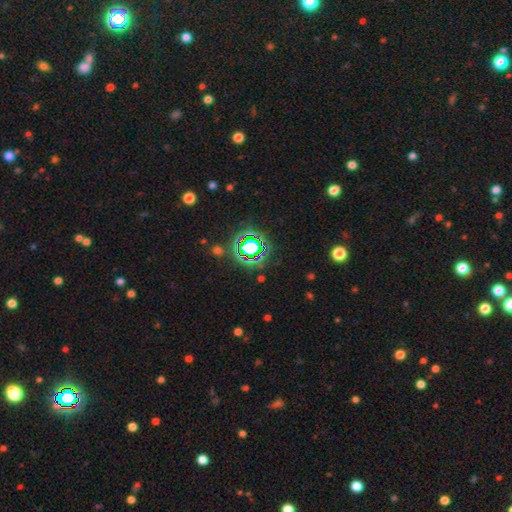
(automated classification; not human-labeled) Smooth or featured? Predicted: star or artifact (p=0.72).